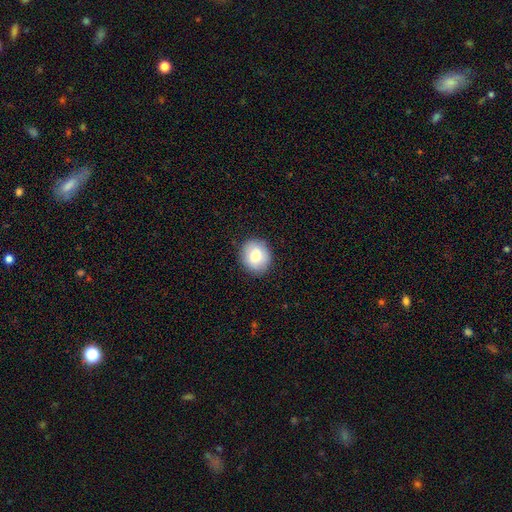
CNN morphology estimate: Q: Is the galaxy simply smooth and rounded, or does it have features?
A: smooth — 80%.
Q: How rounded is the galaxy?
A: round — 77%.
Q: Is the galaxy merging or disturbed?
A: none — 88%.